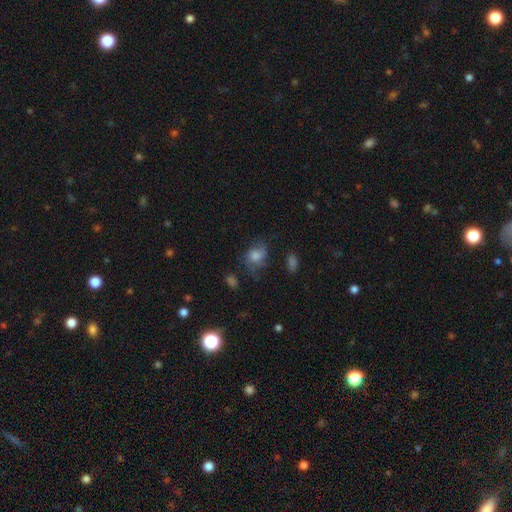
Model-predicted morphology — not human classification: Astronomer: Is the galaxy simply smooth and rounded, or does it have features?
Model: smooth — 51% (runner-up: featured or disk, 31%).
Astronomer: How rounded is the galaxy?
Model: in between — 51% (runner-up: round, 47%).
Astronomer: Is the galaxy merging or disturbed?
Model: none — 52%.